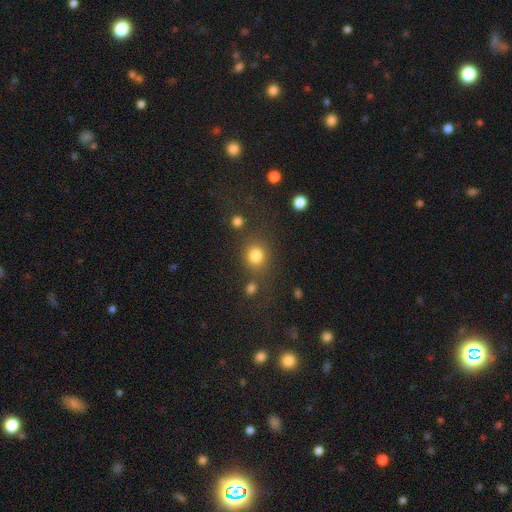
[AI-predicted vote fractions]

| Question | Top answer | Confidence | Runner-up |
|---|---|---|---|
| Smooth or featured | smooth | 81% | star or artifact (13%) |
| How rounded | round | 79% | in between (20%) |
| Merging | none | 70% | minor disturbance (12%) |